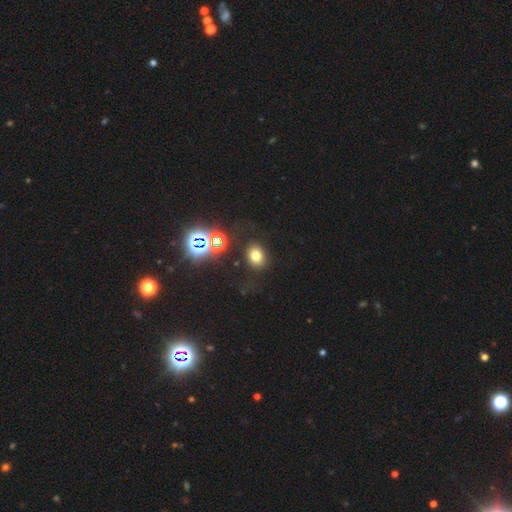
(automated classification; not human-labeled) Smooth or featured: smooth — 70% (star or artifact — 21%)
How rounded: in between — 55% (round — 44%)
Merging: none — 82% (minor disturbance — 10%)